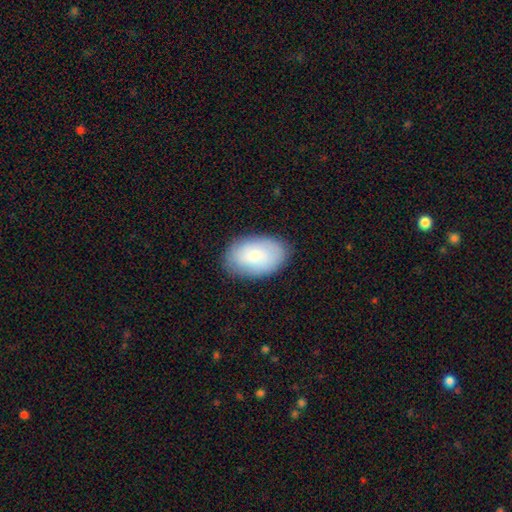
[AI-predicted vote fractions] Smooth or featured?
  - smooth: 73% *
  - featured or disk: 20%
  - star or artifact: 7%
How rounded?
  - in between: 92% *
  - round: 7%
  - cigar-shaped: 1%
Merging?
  - none: 84% *
  - minor disturbance: 12%
  - major disturbance: 3%
  - merger: 1%